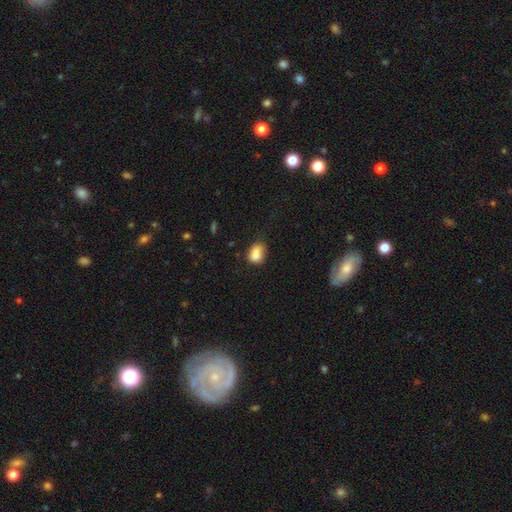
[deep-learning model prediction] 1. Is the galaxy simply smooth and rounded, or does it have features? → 82% smooth, 9% star or artifact, 9% featured or disk.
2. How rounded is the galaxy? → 65% in between, 34% round, 1% cigar-shaped.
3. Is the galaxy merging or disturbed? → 46% none, 36% minor disturbance, 11% major disturbance, 7% merger.